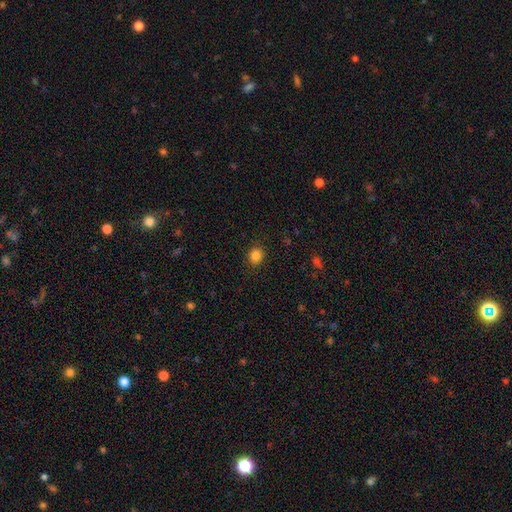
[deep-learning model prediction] smooth-or-featured: smooth: 85% | star or artifact: 11% | featured or disk: 4%
  how-rounded: round: 69% | in between: 30% | cigar-shaped: 1%
  merging: none: 90% | minor disturbance: 7% | major disturbance: 2% | merger: 1%